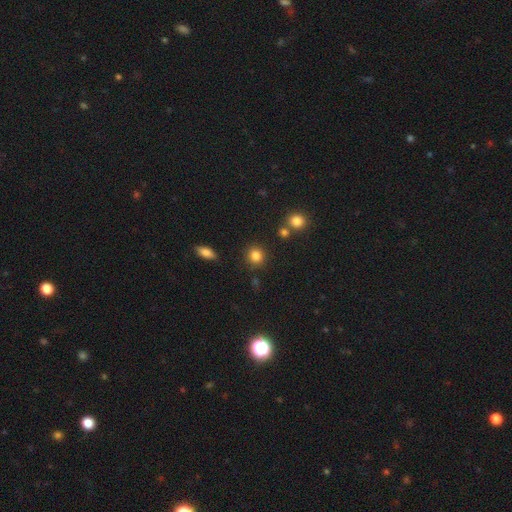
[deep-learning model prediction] A smooth galaxy with no disk features (84%) that is round (88%).

Vote fractions:
- Smooth or featured? smooth: 84% / star or artifact: 11% / featured or disk: 5%
- How rounded? round: 88% / in between: 11% / cigar-shaped: 1%
- Merging? none: 86% / minor disturbance: 8% / merger: 4% / major disturbance: 3%